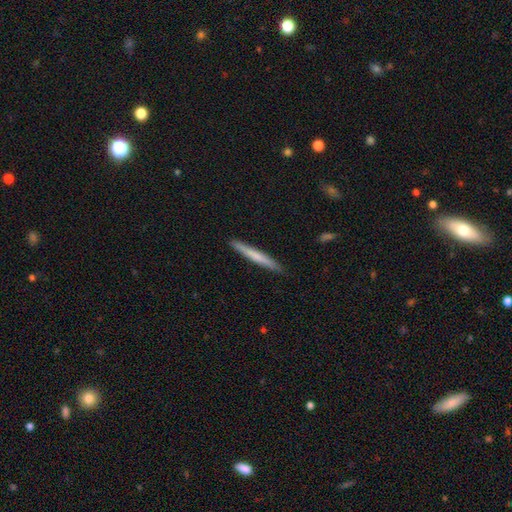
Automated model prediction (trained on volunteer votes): Smooth or featured?
  - smooth: 64% *
  - featured or disk: 31%
  - star or artifact: 5%
How rounded?
  - cigar-shaped: 97% *
  - in between: 2%
  - round: 1%
Merging?
  - none: 90% *
  - minor disturbance: 7%
  - major disturbance: 1%
  - merger: 1%